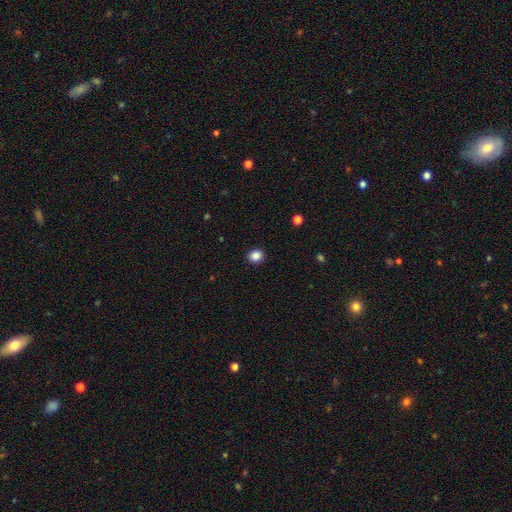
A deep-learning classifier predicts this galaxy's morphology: This appears to be a smooth galaxy with no disk features (86%) that is round (68%). Merging: none (92%).